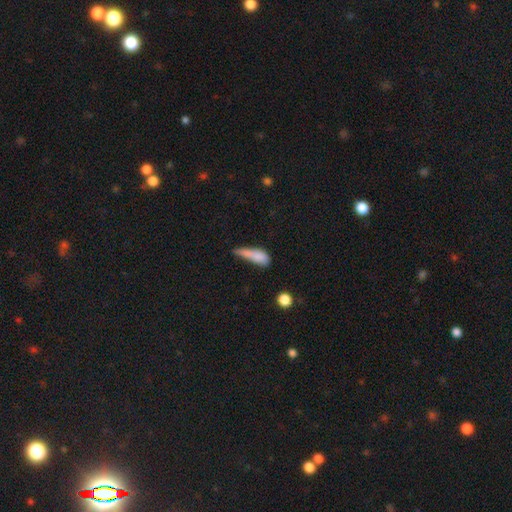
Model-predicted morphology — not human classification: Overall: smooth (77%). How rounded: cigar-shaped (50%; in between 44%). Merging: minor disturbance (41%; major disturbance 26%).